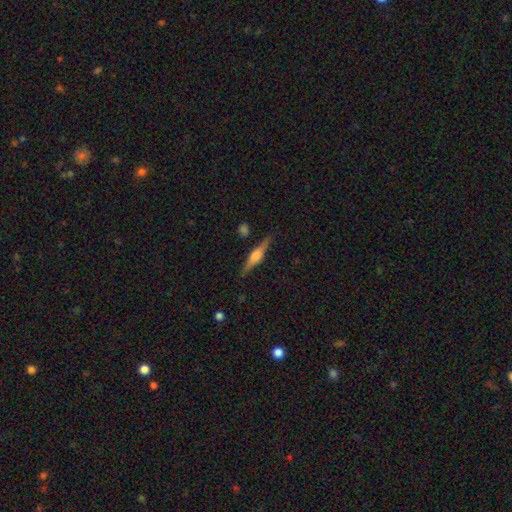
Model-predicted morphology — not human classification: smooth-or-featured: featured or disk: 71% | smooth: 23% | star or artifact: 6%
  disk-edge-on: yes: 97% | no: 3%
    edge-on-bulge: rounded: 81% | boxy: 16% | none: 4%
  merging: none: 87% | minor disturbance: 9% | major disturbance: 2% | merger: 2%